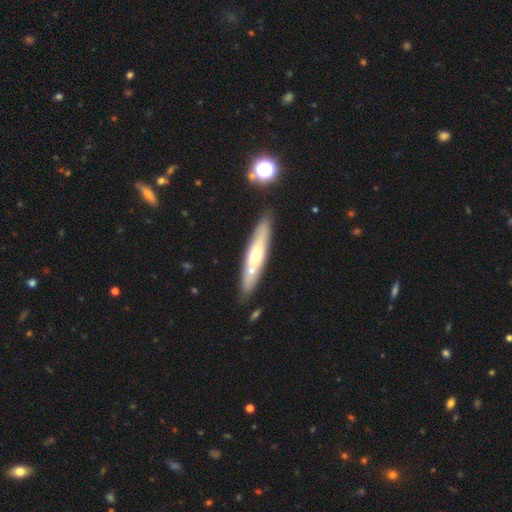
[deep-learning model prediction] A featured or disk galaxy (51%) viewed edge-on (72%). Merging: none (81%).